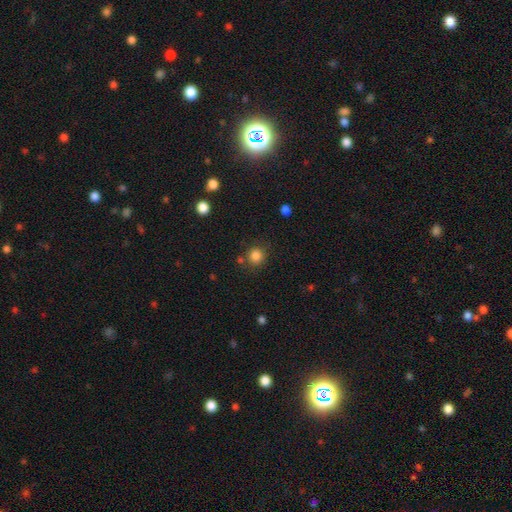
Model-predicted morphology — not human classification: The model was most divided on "merging": none: 79%, minor disturbance: 10%, merger: 7%, major disturbance: 4%. More confident: how rounded — round (88%); smooth or featured — smooth (84%).